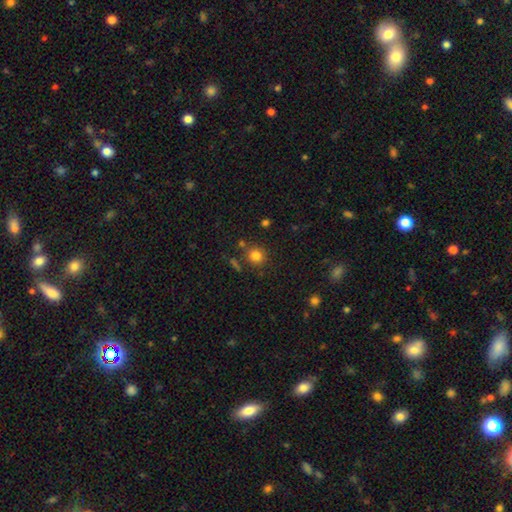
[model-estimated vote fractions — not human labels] Q: Smooth or featured?
A: smooth (81%); runner-up: star or artifact (13%)
Q: How rounded?
A: round (89%); runner-up: in between (10%)
Q: Merging?
A: none (79%); runner-up: minor disturbance (10%)